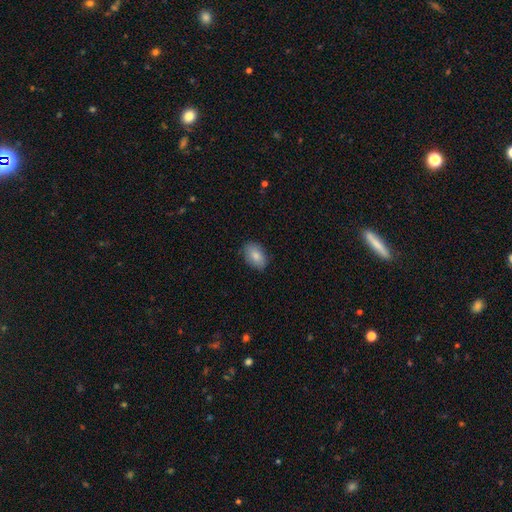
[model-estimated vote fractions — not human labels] A smooth galaxy with no disk features (84%) that is in between round and cigar-shaped (89%).

Vote fractions:
- Smooth or featured? smooth: 84% / featured or disk: 9% / star or artifact: 7%
- How rounded? in between: 89% / round: 9% / cigar-shaped: 2%
- Merging? none: 85% / minor disturbance: 12% / major disturbance: 3% / merger: 1%